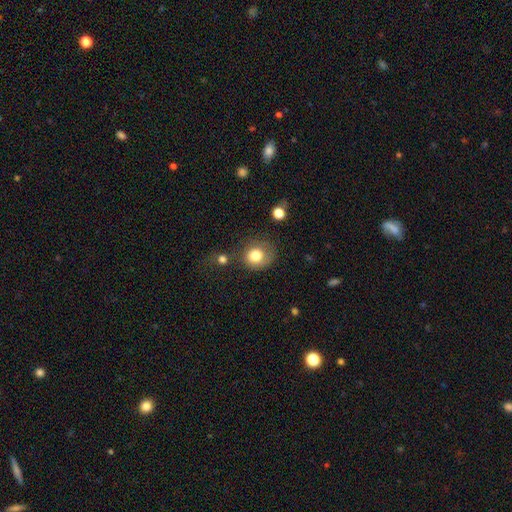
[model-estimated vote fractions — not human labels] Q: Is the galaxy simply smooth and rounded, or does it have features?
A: smooth — 79%.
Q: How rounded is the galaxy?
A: round — 76%.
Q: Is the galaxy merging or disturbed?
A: none — 59%.